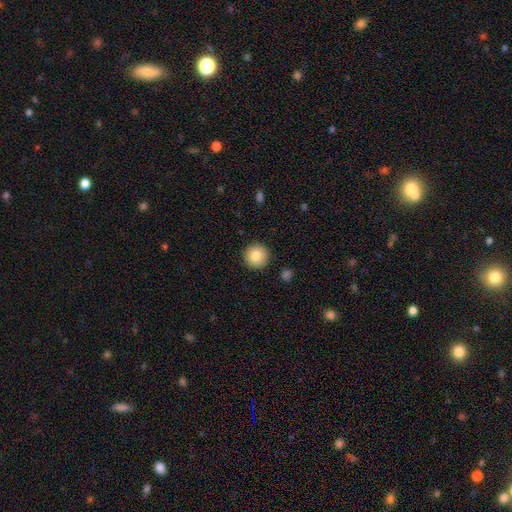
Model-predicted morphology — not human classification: Smooth or featured: smooth — 83% (star or artifact — 8%)
How rounded: round — 95% (in between — 4%)
Merging: none — 92% (minor disturbance — 5%)